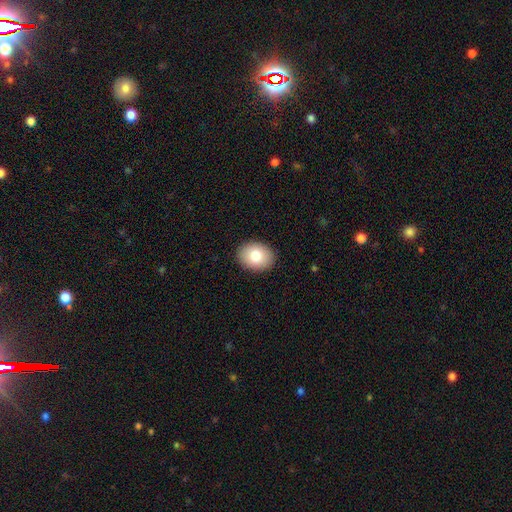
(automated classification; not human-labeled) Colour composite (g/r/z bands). It shows a smooth galaxy with no disk features (82%) that is in between round and cigar-shaped (66%). Merging: none (90%).